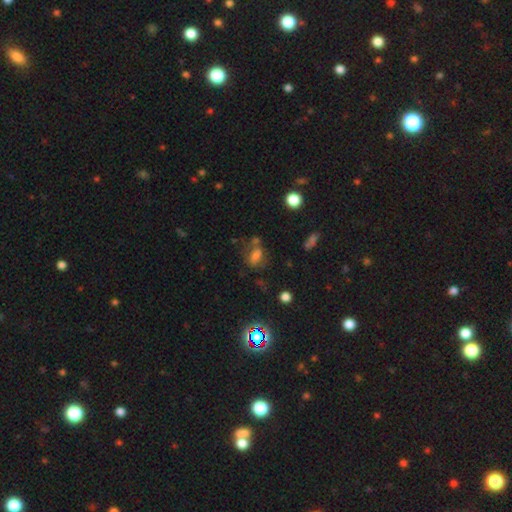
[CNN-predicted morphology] The model was most divided on "merging": none: 48%, minor disturbance: 21%, merger: 16%, major disturbance: 16%. More confident: how rounded — in between (76%); smooth or featured — smooth (62%).